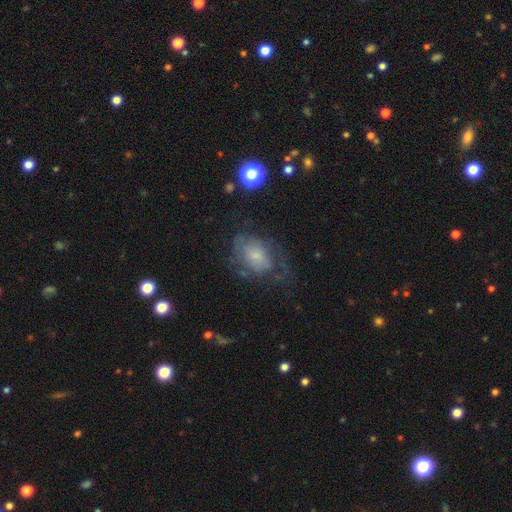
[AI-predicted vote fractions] Smooth or featured: featured or disk — 47% (smooth — 43%)
Merging: none — 42% (major disturbance — 32%)